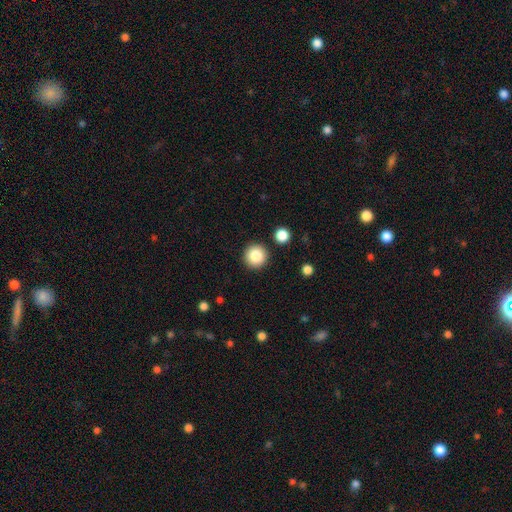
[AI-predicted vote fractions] Smooth or featured?
  - smooth: 84% *
  - star or artifact: 9%
  - featured or disk: 6%
How rounded?
  - round: 95% *
  - in between: 4%
  - cigar-shaped: 1%
Merging?
  - none: 90% *
  - minor disturbance: 5%
  - merger: 3%
  - major disturbance: 2%